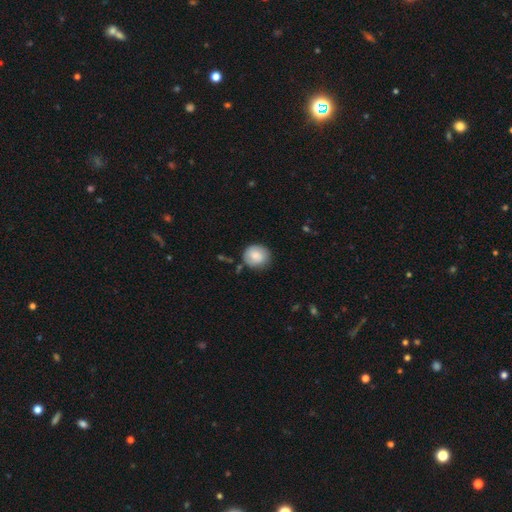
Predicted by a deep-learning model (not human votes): smooth-or-featured: smooth: 82% | featured or disk: 11% | star or artifact: 7%
  how-rounded: round: 82% | in between: 17% | cigar-shaped: 1%
  merging: none: 77% | minor disturbance: 17% | major disturbance: 4% | merger: 3%